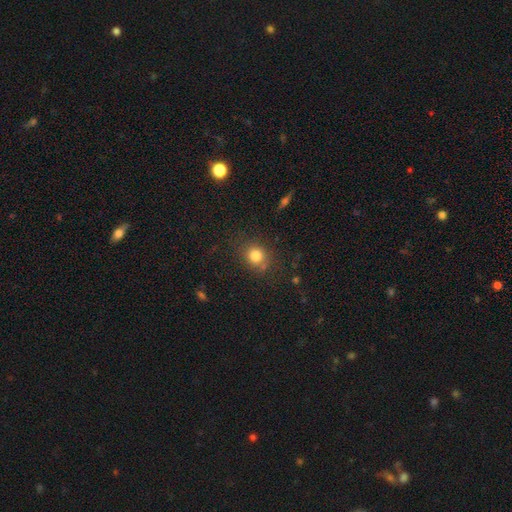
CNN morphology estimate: A smooth galaxy with no disk features (80%) that is round (77%).

Vote fractions:
- Smooth or featured? smooth: 80% / star or artifact: 13% / featured or disk: 7%
- How rounded? round: 77% / in between: 22% / cigar-shaped: 1%
- Merging? none: 77% / minor disturbance: 14% / major disturbance: 5% / merger: 5%